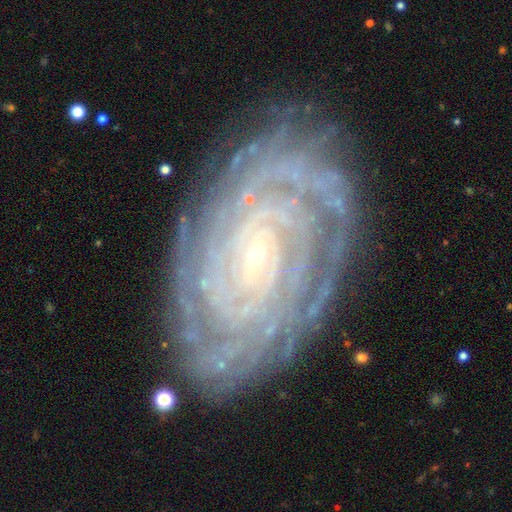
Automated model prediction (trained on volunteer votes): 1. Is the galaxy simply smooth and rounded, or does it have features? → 90% featured or disk, 6% star or artifact, 4% smooth.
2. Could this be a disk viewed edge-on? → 97% no, 3% yes.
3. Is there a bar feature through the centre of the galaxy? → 66% no, 22% weak, 12% strong.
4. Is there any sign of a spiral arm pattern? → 98% yes, 2% no.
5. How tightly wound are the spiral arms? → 89% tight, 9% medium, 2% loose.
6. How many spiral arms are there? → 24% more than 4, 21% can't tell, 20% 4, 14% 2, 13% 3, 8% 1.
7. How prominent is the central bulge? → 88% small, 8% moderate, 2% none, 1% large, 1% dominant.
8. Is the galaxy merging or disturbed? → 82% none, 13% minor disturbance, 3% major disturbance, 1% merger.